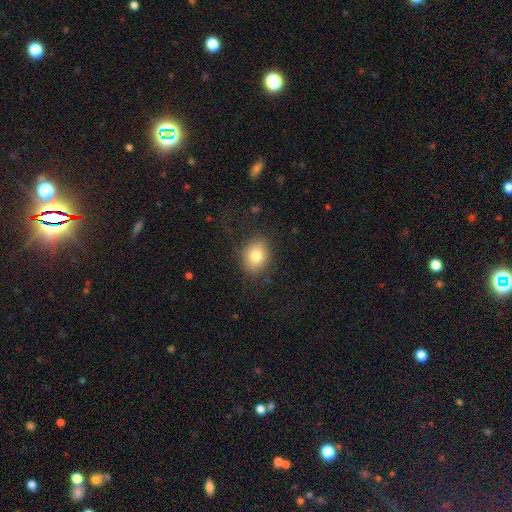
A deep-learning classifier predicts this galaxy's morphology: Smooth or featured?
  - smooth: 79% *
  - featured or disk: 11%
  - star or artifact: 10%
How rounded?
  - in between: 51% *
  - round: 48%
  - cigar-shaped: 1%
Merging?
  - none: 80% *
  - minor disturbance: 13%
  - major disturbance: 6%
  - merger: 1%